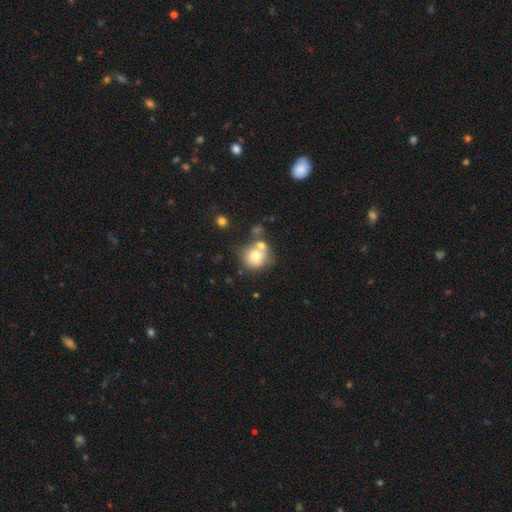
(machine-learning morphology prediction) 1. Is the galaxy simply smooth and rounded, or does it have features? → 71% smooth, 19% featured or disk, 11% star or artifact.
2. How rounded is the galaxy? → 85% round, 14% in between, 1% cigar-shaped.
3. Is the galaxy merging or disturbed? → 48% none, 34% merger, 13% minor disturbance, 5% major disturbance.